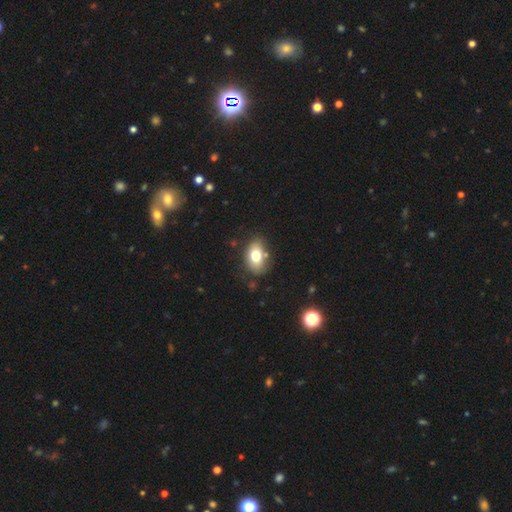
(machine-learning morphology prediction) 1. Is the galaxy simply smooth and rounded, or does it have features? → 74% smooth, 16% featured or disk, 10% star or artifact.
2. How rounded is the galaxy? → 83% in between, 16% round, 1% cigar-shaped.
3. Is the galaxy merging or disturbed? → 71% none, 18% minor disturbance, 5% merger, 5% major disturbance.